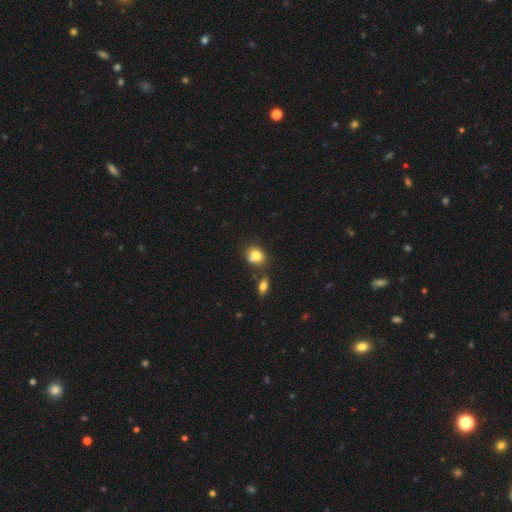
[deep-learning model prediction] Smooth or featured? smooth (82%)
How rounded? round (50%)
Merging? none (61%)